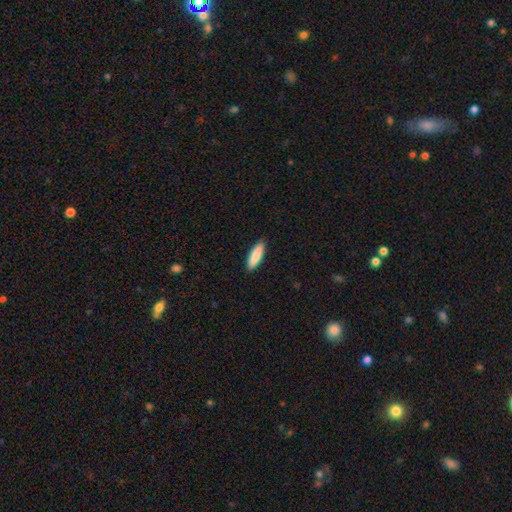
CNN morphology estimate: A smooth galaxy with no disk features (87%) that is cigar-shaped (62%). Merging: none (91%).